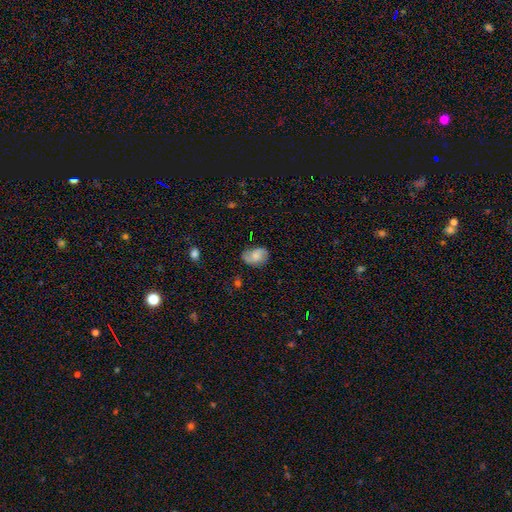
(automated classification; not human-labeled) Smooth or featured: smooth — 53% (featured or disk — 38%)
How rounded: in between — 77% (round — 21%)
Merging: none — 62% (minor disturbance — 28%)